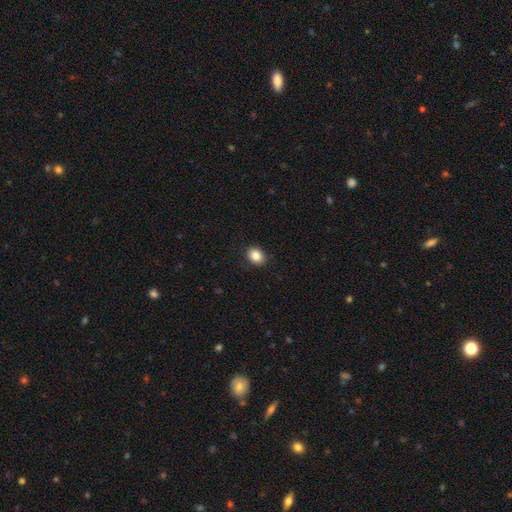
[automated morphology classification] type=smooth (87%); roundness=in between (53%); merging=none (90%).